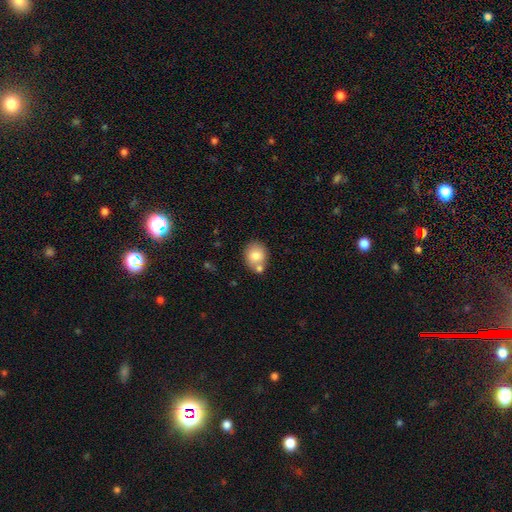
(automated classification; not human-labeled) This appears to be a smooth galaxy with no disk features (78%) that is round (67%). Merging: none (62%).